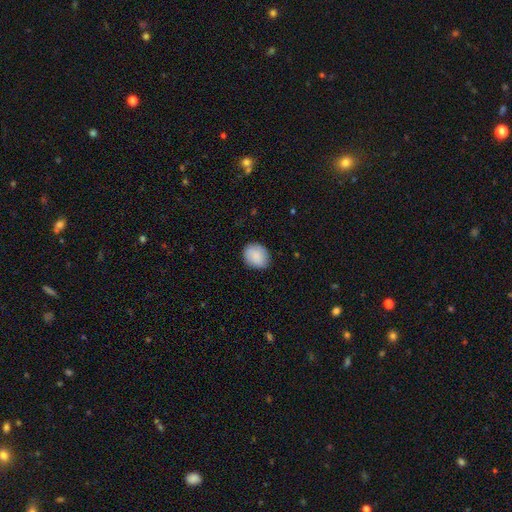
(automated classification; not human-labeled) The model was most divided on "how rounded": round: 53%, in between: 46%, cigar-shaped: 1%. More confident: smooth or featured — smooth (86%); merging — none (85%).